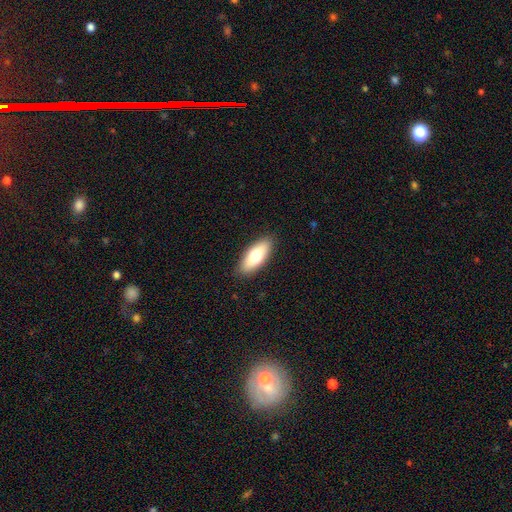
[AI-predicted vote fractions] Smooth or featured: smooth — 70% (featured or disk — 23%)
How rounded: in between — 77% (cigar-shaped — 20%)
Merging: none — 89% (minor disturbance — 8%)